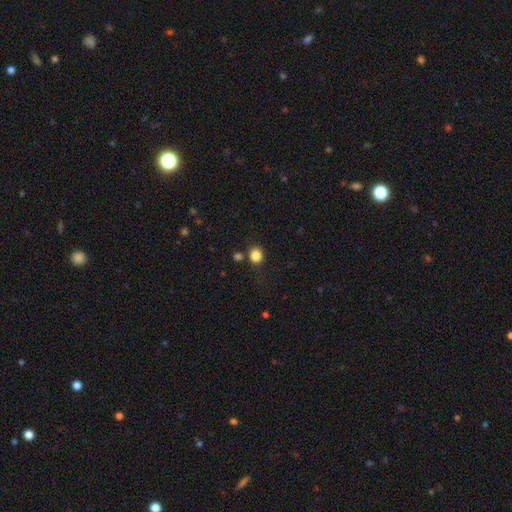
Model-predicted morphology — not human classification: A smooth galaxy with no disk features (84%) that is round (73%). Merging: none (80%).